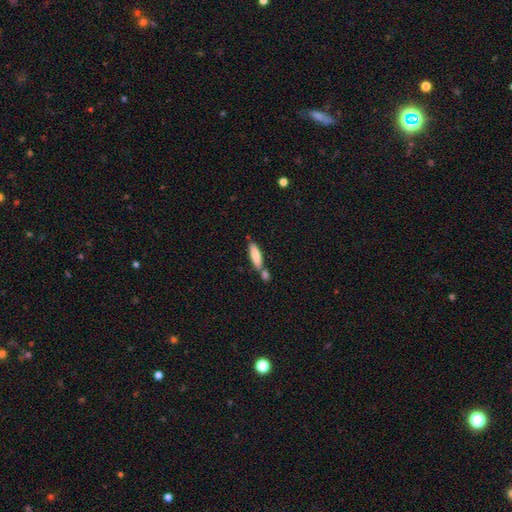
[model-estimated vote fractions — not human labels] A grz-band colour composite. It shows a smooth galaxy with no disk features (79%) that is cigar-shaped (62%). Merging: none (52%).